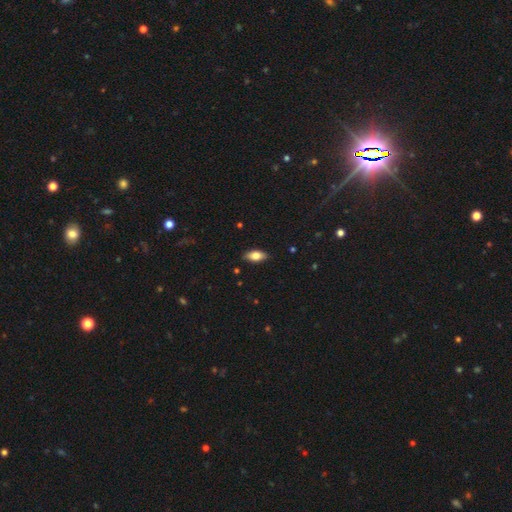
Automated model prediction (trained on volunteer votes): This is likely a smooth galaxy (75%). How rounded: clearly in between (87%). Merging: clearly none (86%).